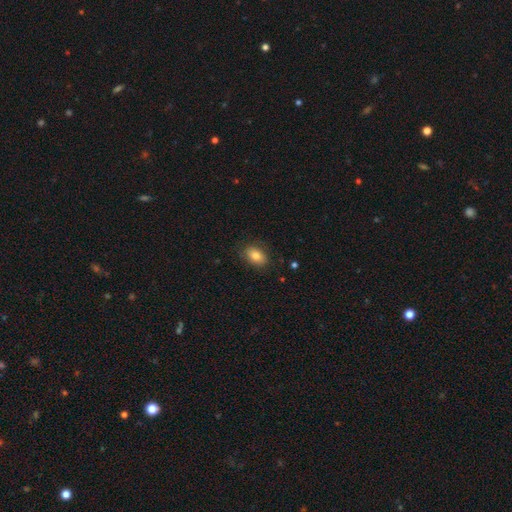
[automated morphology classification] Smooth or featured?
  - smooth: 81% *
  - featured or disk: 10%
  - star or artifact: 8%
How rounded?
  - in between: 85% *
  - round: 13%
  - cigar-shaped: 2%
Merging?
  - none: 83% *
  - minor disturbance: 12%
  - major disturbance: 3%
  - merger: 1%